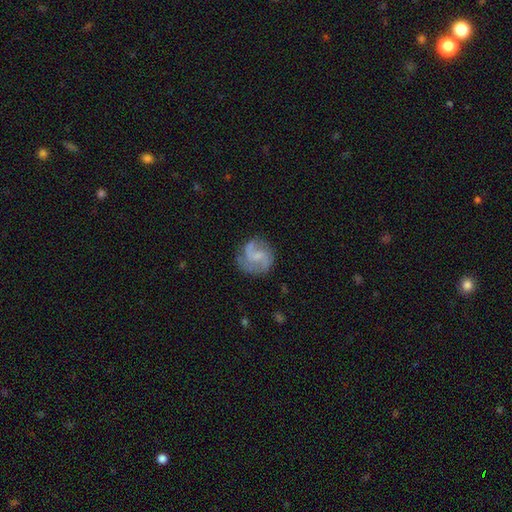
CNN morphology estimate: type=featured or disk (69%); edge-on=no (98%); bar=weak (50%); spiral arms=yes (91%); winding=medium (48%); arm count=2 (78%); bulge=small (40%); merging=none (69%).